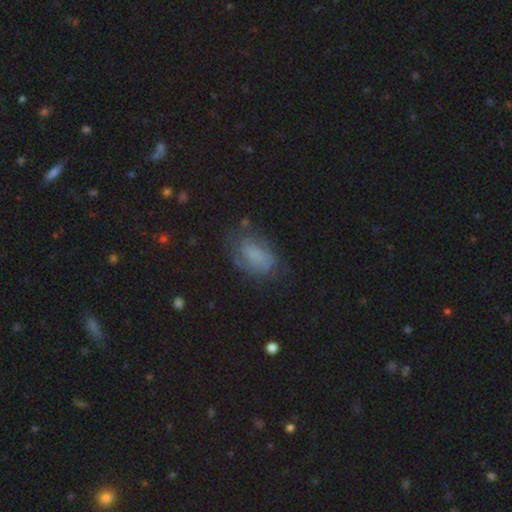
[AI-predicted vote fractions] smooth-or-featured: smooth: 61% | featured or disk: 27% | star or artifact: 11%
  how-rounded: in between: 89% | round: 8% | cigar-shaped: 3%
  merging: none: 54% | minor disturbance: 28% | major disturbance: 15% | merger: 3%